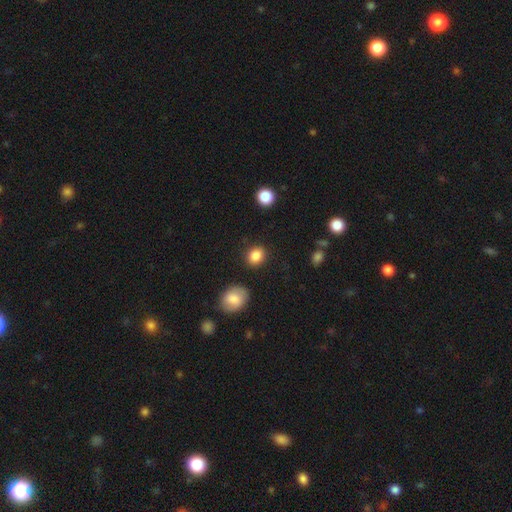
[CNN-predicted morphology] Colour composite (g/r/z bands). It shows a smooth galaxy with no disk features (86%) that is round (62%). Merging: none (87%).